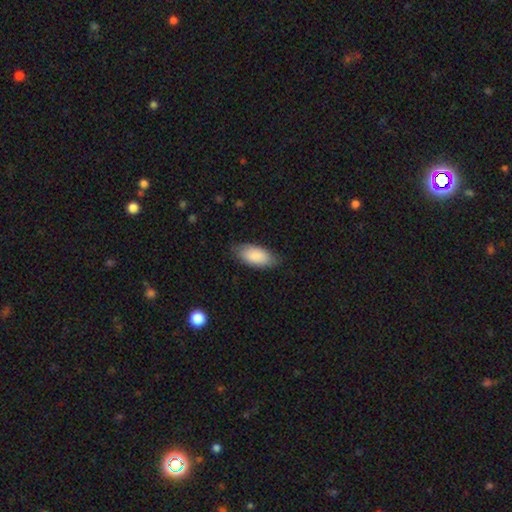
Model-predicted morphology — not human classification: A smooth galaxy with no disk features (88%) that is in between round and cigar-shaped (91%).

Vote fractions:
- Smooth or featured? smooth: 88% / featured or disk: 7% / star or artifact: 5%
- How rounded? in between: 91% / cigar-shaped: 7% / round: 2%
- Merging? none: 80% / minor disturbance: 16% / major disturbance: 3% / merger: 1%